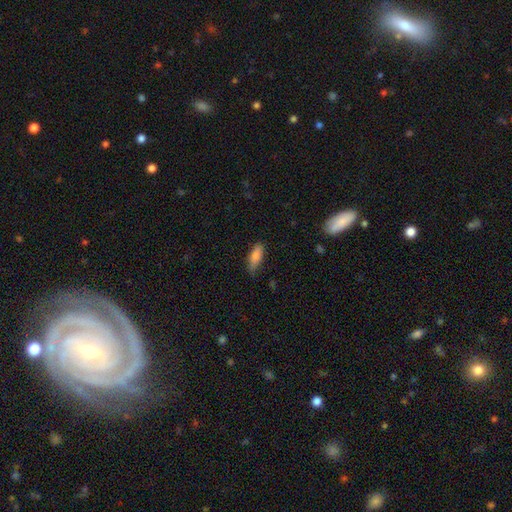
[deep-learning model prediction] Smooth or featured? Predicted: smooth (p=0.82). How rounded? Predicted: in between (p=0.66). Merging? Predicted: none (p=0.76).